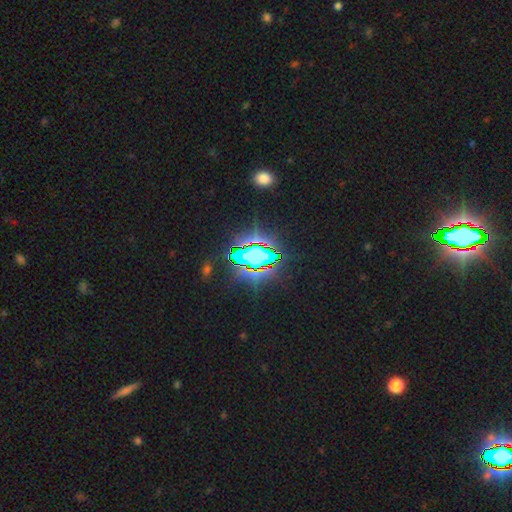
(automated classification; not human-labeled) Smooth or featured: star or artifact — 71% (smooth — 16%)